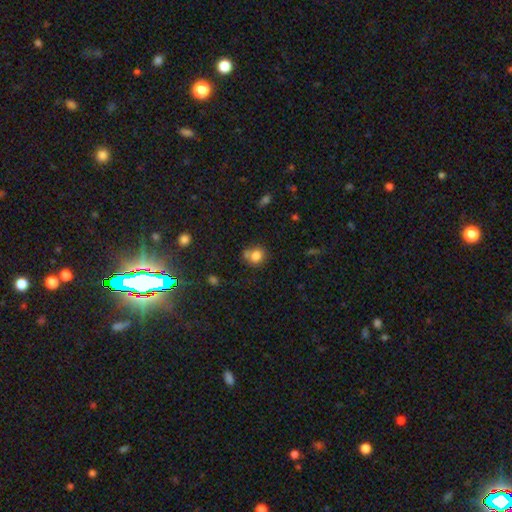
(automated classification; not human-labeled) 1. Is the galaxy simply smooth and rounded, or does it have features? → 79% smooth, 11% star or artifact, 9% featured or disk.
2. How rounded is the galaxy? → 74% round, 25% in between, 1% cigar-shaped.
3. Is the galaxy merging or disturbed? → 55% none, 21% merger, 18% minor disturbance, 6% major disturbance.